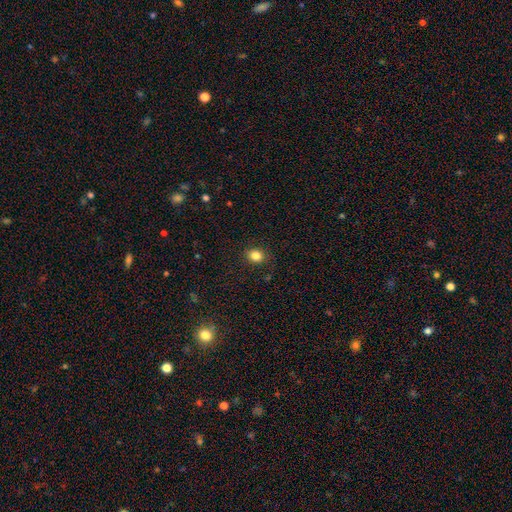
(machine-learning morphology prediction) Q: Smooth or featured?
A: smooth (84%); runner-up: star or artifact (11%)
Q: How rounded?
A: round (61%); runner-up: in between (38%)
Q: Merging?
A: none (87%); runner-up: minor disturbance (9%)